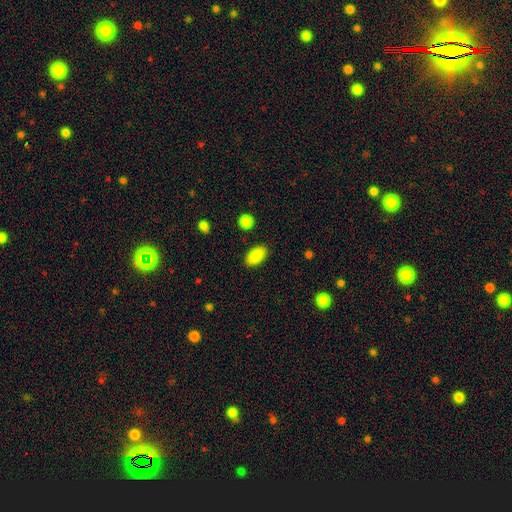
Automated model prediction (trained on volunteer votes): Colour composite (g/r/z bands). It shows a smooth galaxy with no disk features (88%) that is in between round and cigar-shaped (92%). Merging: none (87%).